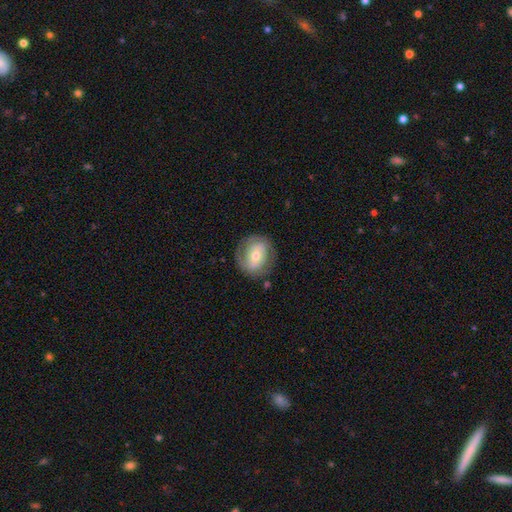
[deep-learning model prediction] Smooth or featured: featured or disk — 63% (smooth — 31%)
Edge-on disk: no — 96% (yes — 4%)
Bar: weak — 39% (tied with no — 39%)
Spiral arms: yes — 73% (no — 27%)
Bulge size: moderate — 63% (small — 29%)
Merging: none — 77% (minor disturbance — 15%)